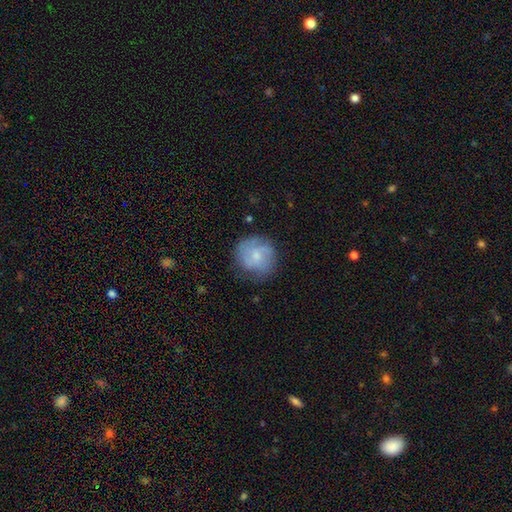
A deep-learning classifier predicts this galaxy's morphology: A smooth galaxy with no disk features (48%). Merging: none (72%).